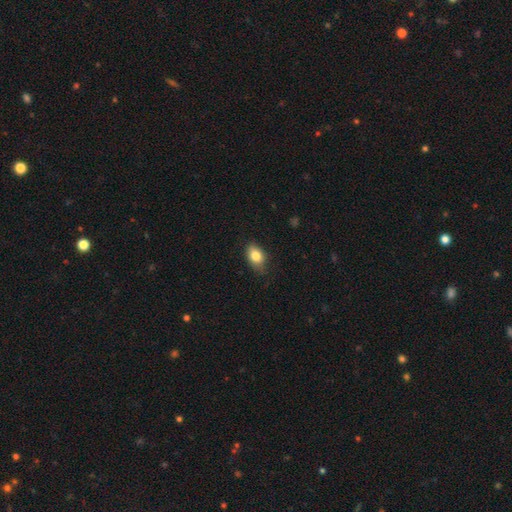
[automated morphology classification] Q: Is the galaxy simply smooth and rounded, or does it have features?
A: smooth — 81%.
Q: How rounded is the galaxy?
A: in between — 83%.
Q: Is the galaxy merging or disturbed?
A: none — 75%.